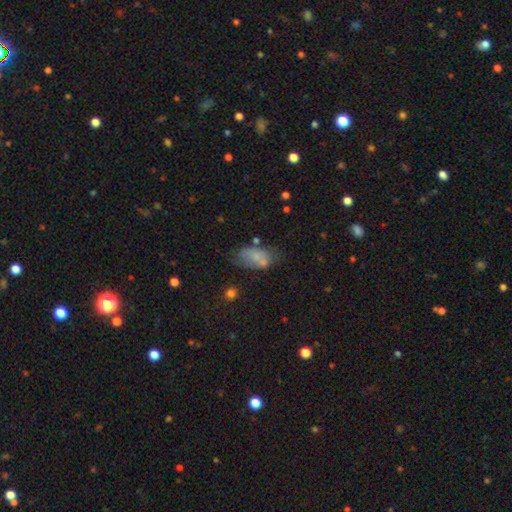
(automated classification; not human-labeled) This is likely a smooth galaxy (66%). How rounded: clearly in between (91%). Merging: possibly none (48%).